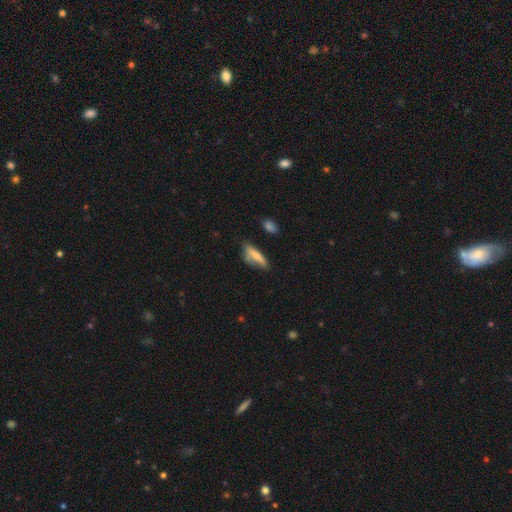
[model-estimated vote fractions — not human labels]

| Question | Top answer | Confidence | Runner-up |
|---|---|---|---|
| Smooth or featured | smooth | 69% | featured or disk (23%) |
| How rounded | cigar-shaped | 53% | in between (45%) |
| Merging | none | 51% | minor disturbance (31%) |